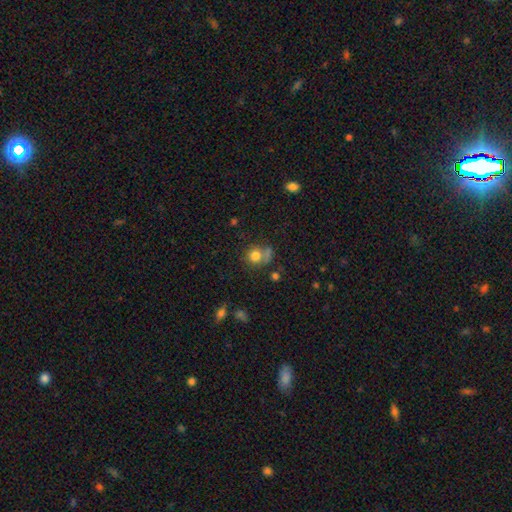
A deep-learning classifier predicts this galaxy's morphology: Smooth or featured?
  - smooth: 78% *
  - star or artifact: 12%
  - featured or disk: 10%
How rounded?
  - round: 81% *
  - in between: 18%
  - cigar-shaped: 1%
Merging?
  - none: 52% *
  - merger: 23%
  - minor disturbance: 16%
  - major disturbance: 9%